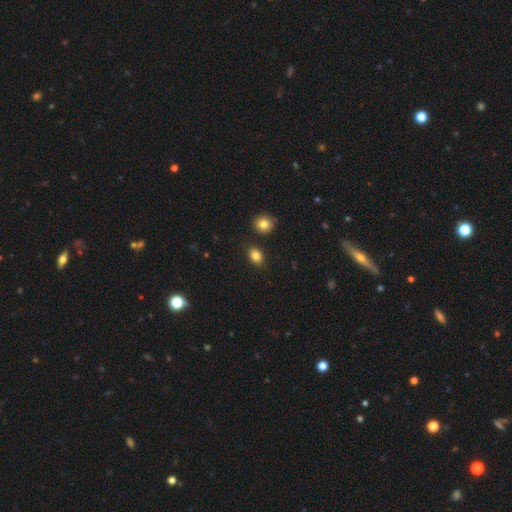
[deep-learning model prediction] Smooth or featured?
  - smooth: 84% *
  - star or artifact: 10%
  - featured or disk: 6%
How rounded?
  - in between: 69% *
  - round: 30%
  - cigar-shaped: 1%
Merging?
  - none: 84% *
  - minor disturbance: 9%
  - merger: 4%
  - major disturbance: 2%